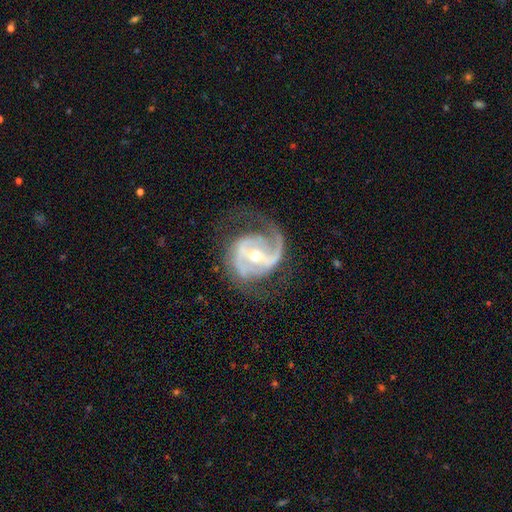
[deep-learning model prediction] This is clearly a featured or disk galaxy (89%). It is clearly not viewed edge-on (97%). Bar: marginally strong (41%). Spiral arm pattern: clearly yes (96%). Spiral arm count: likely 2 (65%). Spiral winding: possibly medium (50%). Central bulge: possibly moderate (54%). Merging: possibly none (59%).